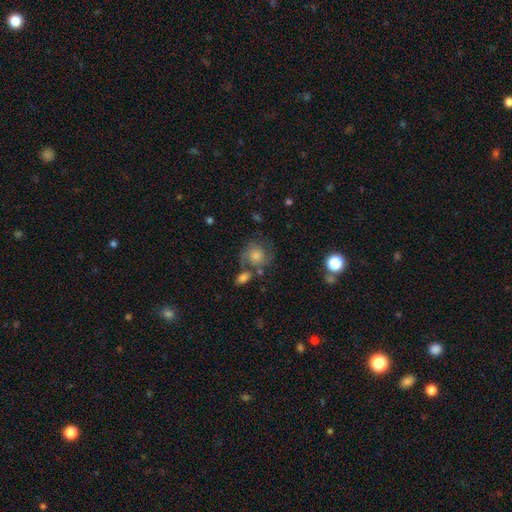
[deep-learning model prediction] smooth-or-featured: featured or disk: 57% | smooth: 30% | star or artifact: 13%
  disk-edge-on: no: 97% | yes: 3%
    bar: no: 77% | weak: 19% | strong: 3%
    has-spiral-arms: yes: 88% | no: 12%
    bulge-size: moderate: 48% | small: 27% | large: 15% | none: 7% | dominant: 3%
  merging: none: 60% | minor disturbance: 17% | merger: 13% | major disturbance: 10%